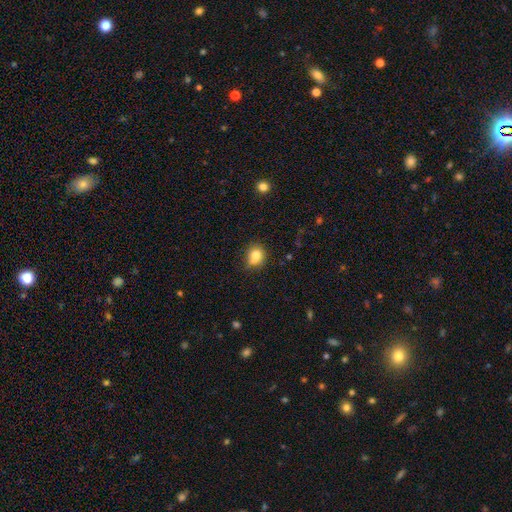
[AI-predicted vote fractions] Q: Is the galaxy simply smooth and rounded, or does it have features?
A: smooth — 79%.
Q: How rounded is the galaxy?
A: round — 71%.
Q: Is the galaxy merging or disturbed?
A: none — 56%.